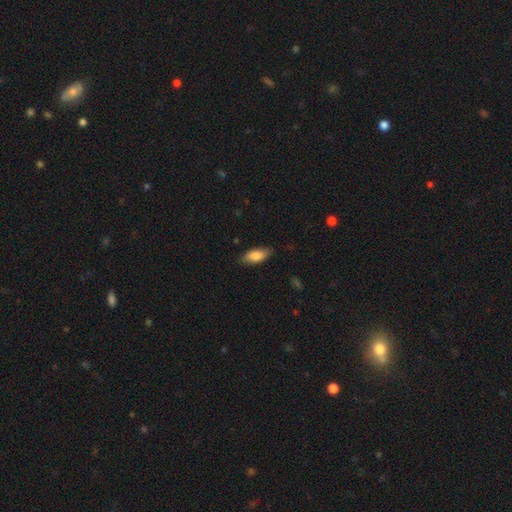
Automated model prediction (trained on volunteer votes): Smooth or featured?
  - smooth: 83% *
  - featured or disk: 11%
  - star or artifact: 6%
How rounded?
  - in between: 83% *
  - cigar-shaped: 15%
  - round: 2%
Merging?
  - none: 81% *
  - minor disturbance: 15%
  - major disturbance: 3%
  - merger: 1%